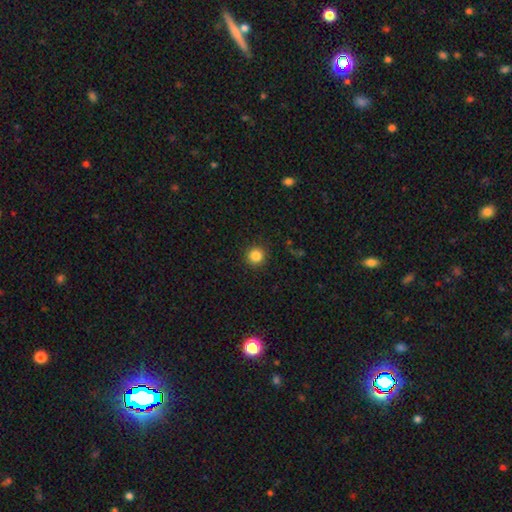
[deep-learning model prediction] Smooth or featured? smooth (85%)
How rounded? round (95%)
Merging? none (91%)